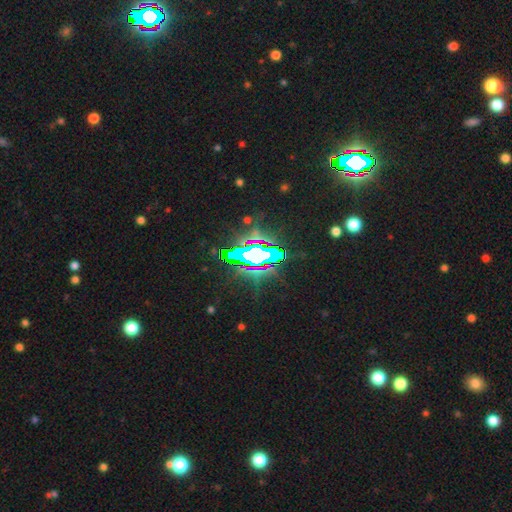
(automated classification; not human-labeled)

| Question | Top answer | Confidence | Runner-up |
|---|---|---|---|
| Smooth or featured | star or artifact | 64% | featured or disk (20%) |